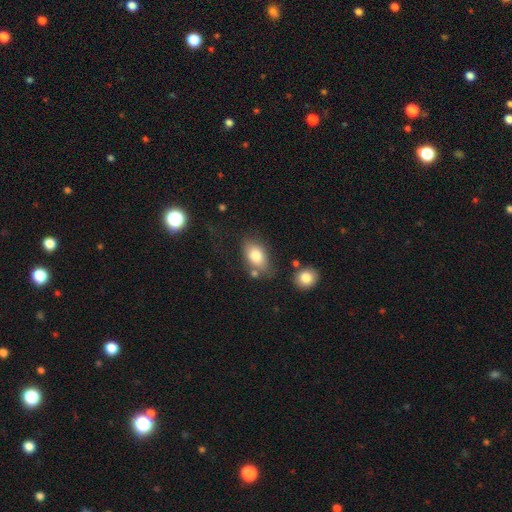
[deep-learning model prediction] Smooth or featured? smooth (80%)
How rounded? in between (87%)
Merging? none (65%)